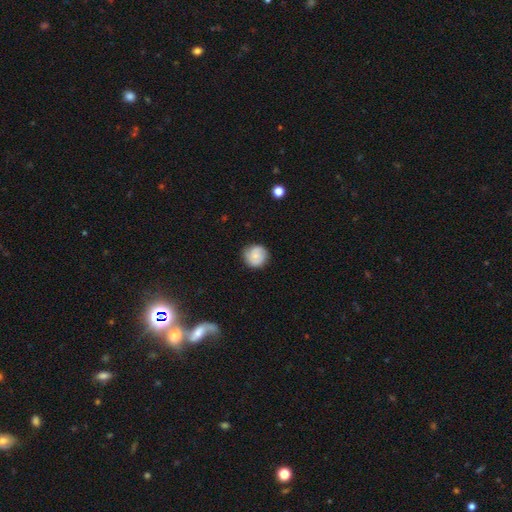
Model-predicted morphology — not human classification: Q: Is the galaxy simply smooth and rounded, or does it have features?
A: smooth — 63%.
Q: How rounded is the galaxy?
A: round — 91%.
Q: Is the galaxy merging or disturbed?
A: none — 80%.